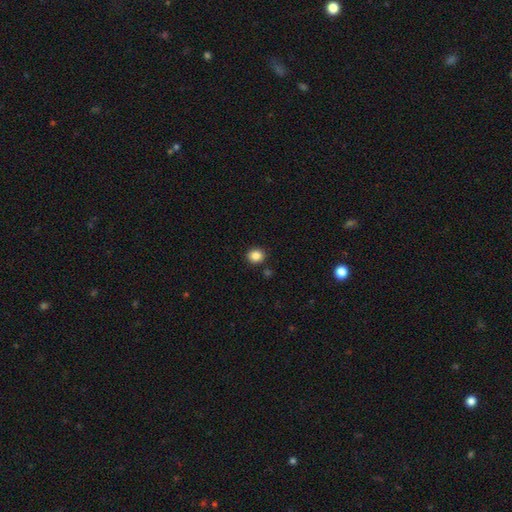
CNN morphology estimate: The model was most divided on "how rounded": round: 81%, in between: 18%, cigar-shaped: 1%. More confident: merging — none (88%); smooth or featured — smooth (87%).